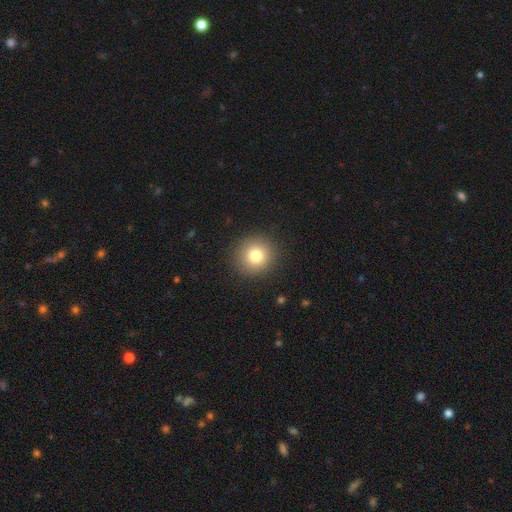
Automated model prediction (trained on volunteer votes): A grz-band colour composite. It shows a smooth galaxy with no disk features (80%) that is round (92%). Merging: none (91%).